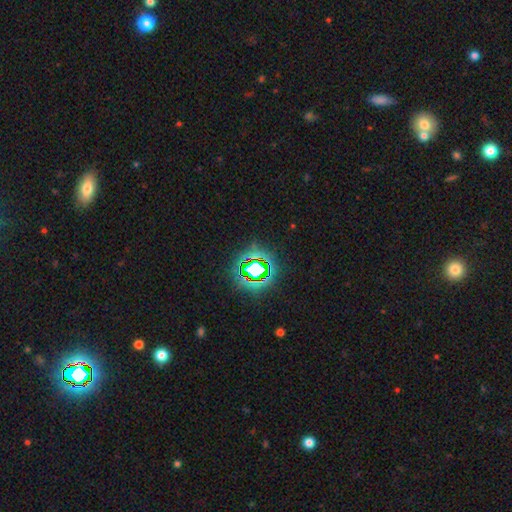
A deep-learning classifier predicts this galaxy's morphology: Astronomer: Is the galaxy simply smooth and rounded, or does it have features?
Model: star or artifact — 75%.